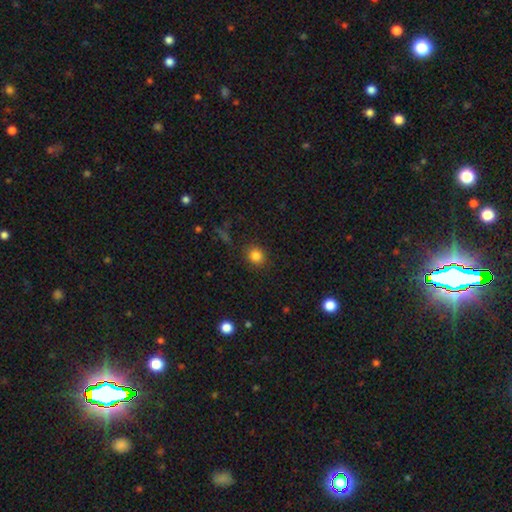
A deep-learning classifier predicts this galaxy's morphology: This is clearly a smooth galaxy (83%). How rounded: likely round (76%). Merging: clearly none (87%).